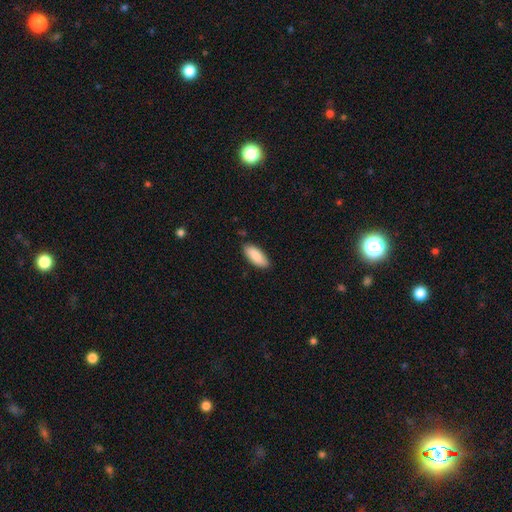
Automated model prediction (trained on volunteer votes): This appears to be a smooth galaxy with no disk features (88%) that is in between round and cigar-shaped (83%). Merging: none (86%).